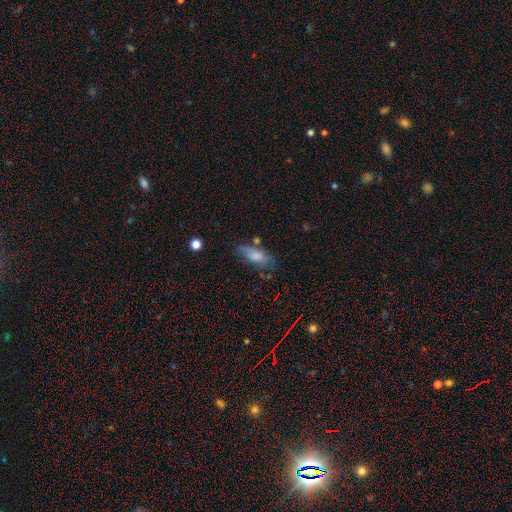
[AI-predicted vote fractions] Morphology: type=smooth (74%); roundness=in between (81%); merging=none (54%).